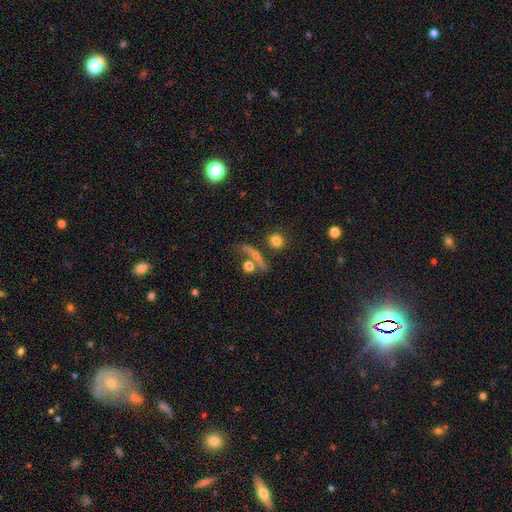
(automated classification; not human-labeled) smooth_or_featured: smooth (p=0.44) [alt: featured or disk p=0.38]
merging: none (p=0.52) [alt: merger p=0.25]